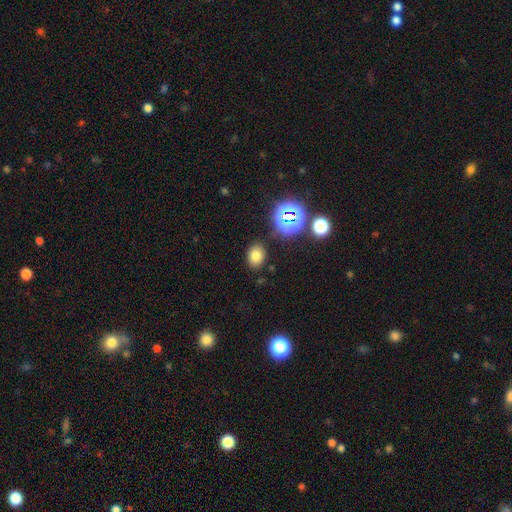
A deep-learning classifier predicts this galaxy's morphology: smooth_or_featured: smooth (p=0.74) [alt: star or artifact p=0.18]
how_rounded: in between (p=0.67) [alt: round p=0.32]
merging: none (p=0.84) [alt: minor disturbance p=0.10]